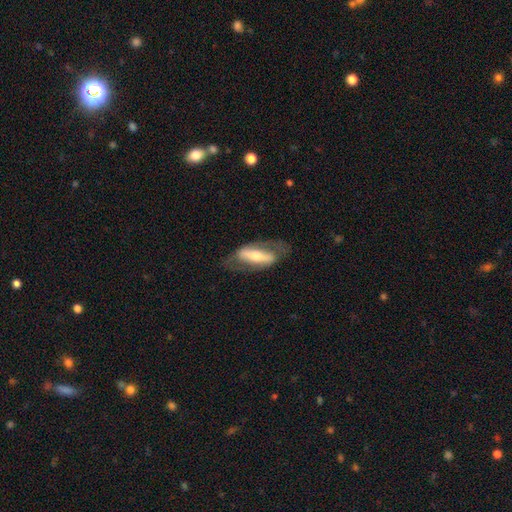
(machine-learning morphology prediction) Smooth or featured?
  - featured or disk: 67% *
  - smooth: 28%
  - star or artifact: 5%
Edge-on disk?
  - no: 74% *
  - yes: 26%
Merging?
  - none: 68% *
  - minor disturbance: 18%
  - major disturbance: 13%
  - merger: 1%